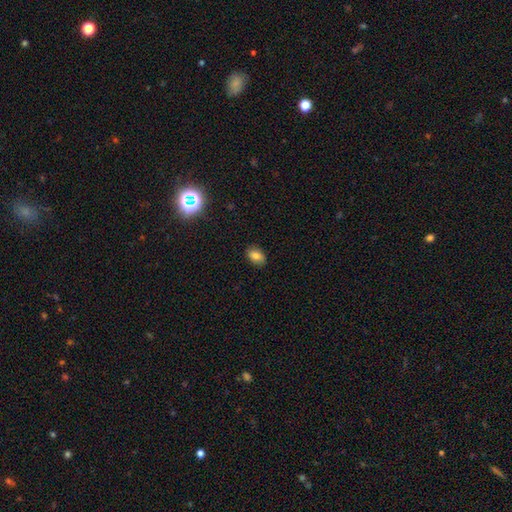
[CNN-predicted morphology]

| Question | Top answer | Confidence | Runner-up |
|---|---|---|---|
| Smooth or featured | smooth | 80% | star or artifact (12%) |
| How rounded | in between | 85% | round (14%) |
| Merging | none | 86% | minor disturbance (11%) |